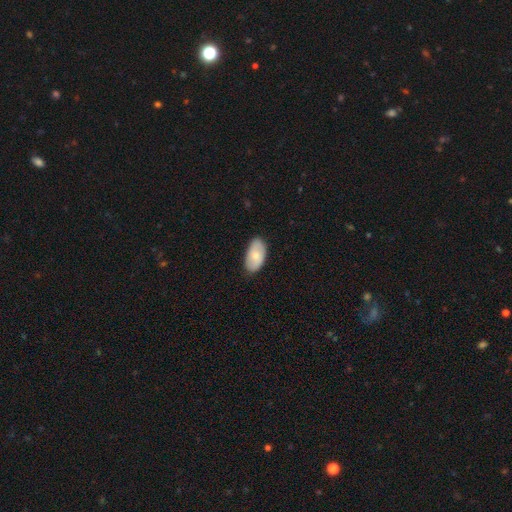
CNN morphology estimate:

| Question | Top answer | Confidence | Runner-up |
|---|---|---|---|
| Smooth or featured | smooth | 72% | featured or disk (22%) |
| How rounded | in between | 95% | round (3%) |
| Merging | none | 83% | minor disturbance (14%) |